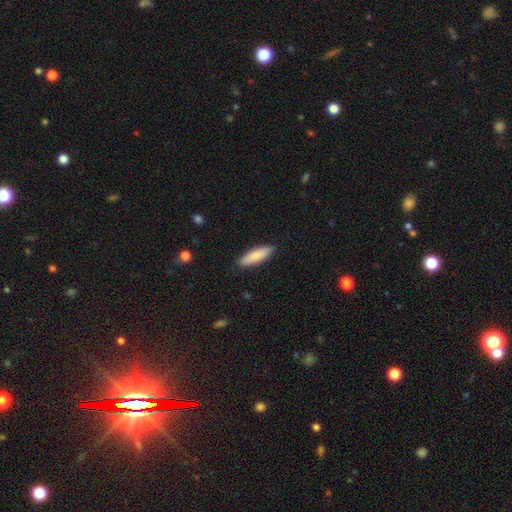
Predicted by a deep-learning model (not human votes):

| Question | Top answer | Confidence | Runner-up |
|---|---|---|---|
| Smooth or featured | smooth | 85% | featured or disk (10%) |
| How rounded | cigar-shaped | 58% | in between (41%) |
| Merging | none | 88% | minor disturbance (9%) |